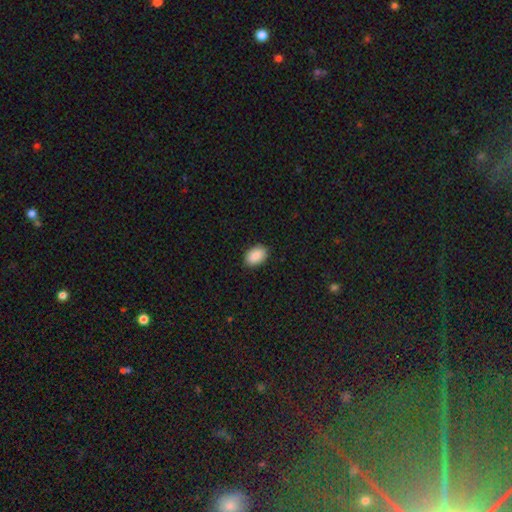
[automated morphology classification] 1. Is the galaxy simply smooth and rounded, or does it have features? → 90% smooth, 7% star or artifact, 3% featured or disk.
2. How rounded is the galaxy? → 87% in between, 12% round, 1% cigar-shaped.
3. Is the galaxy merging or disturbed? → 90% none, 8% minor disturbance, 2% major disturbance, 1% merger.